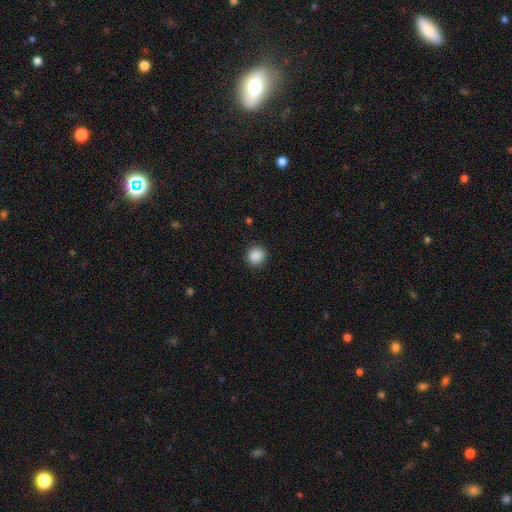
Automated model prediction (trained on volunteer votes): Q: Smooth or featured?
A: smooth (88%); runner-up: star or artifact (9%)
Q: How rounded?
A: round (92%); runner-up: in between (7%)
Q: Merging?
A: none (90%); runner-up: minor disturbance (7%)